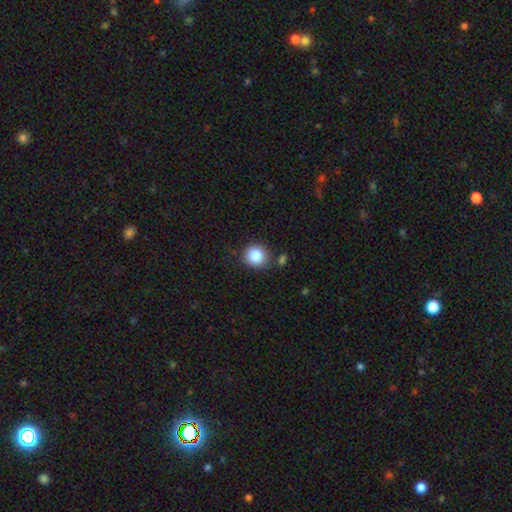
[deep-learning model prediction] Overall: smooth (88%). How rounded: round (87%). Merging: none (78%).